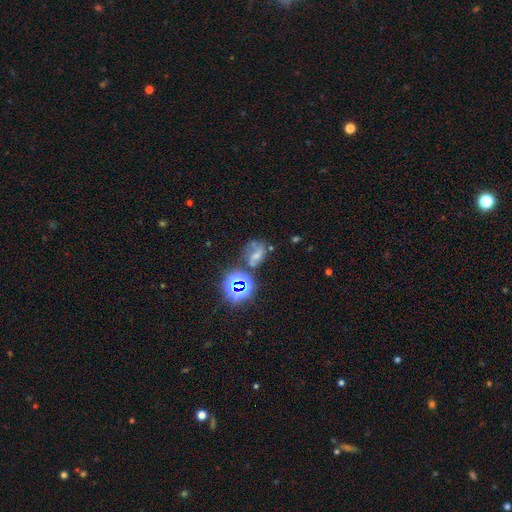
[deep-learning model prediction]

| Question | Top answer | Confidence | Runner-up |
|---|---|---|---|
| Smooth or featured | featured or disk | 35% | smooth (33%) |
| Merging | none | 45% | minor disturbance (23%) |